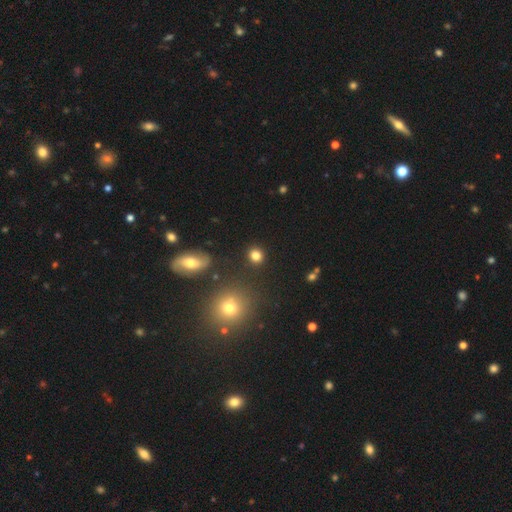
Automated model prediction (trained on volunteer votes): Overall: smooth (81%). How rounded: round (85%). Merging: none (88%).